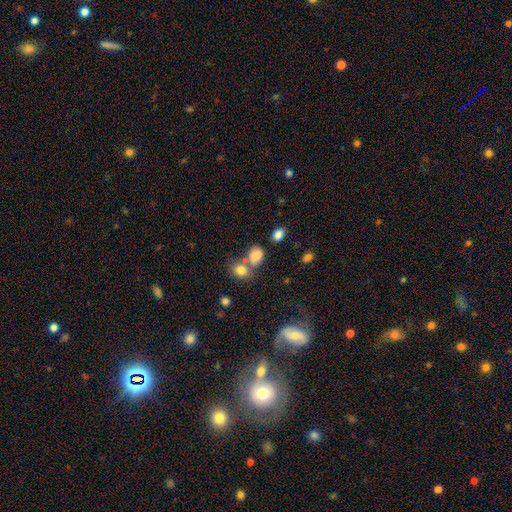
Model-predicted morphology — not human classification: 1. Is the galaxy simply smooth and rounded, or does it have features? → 78% smooth, 13% star or artifact, 9% featured or disk.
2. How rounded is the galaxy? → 61% in between, 38% round, 1% cigar-shaped.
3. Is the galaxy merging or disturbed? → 44% none, 36% merger, 14% minor disturbance, 6% major disturbance.